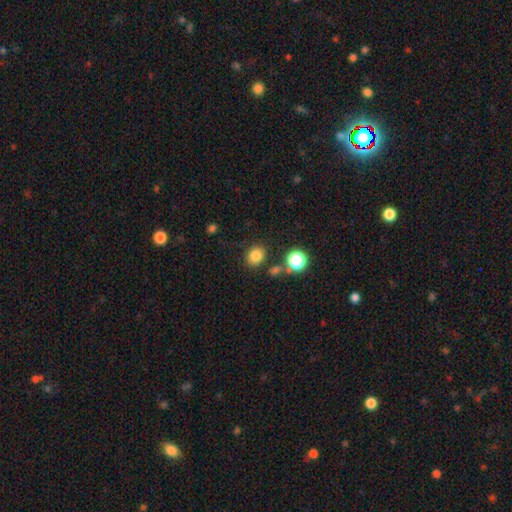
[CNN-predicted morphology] This is clearly a smooth galaxy (80%). How rounded: likely round (65%). Merging: likely none (80%).